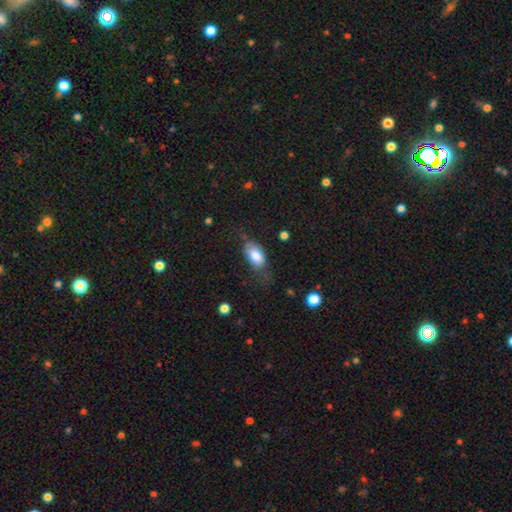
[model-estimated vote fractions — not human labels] Morphology: type=smooth (78%); roundness=in between (91%); merging=none (50%).